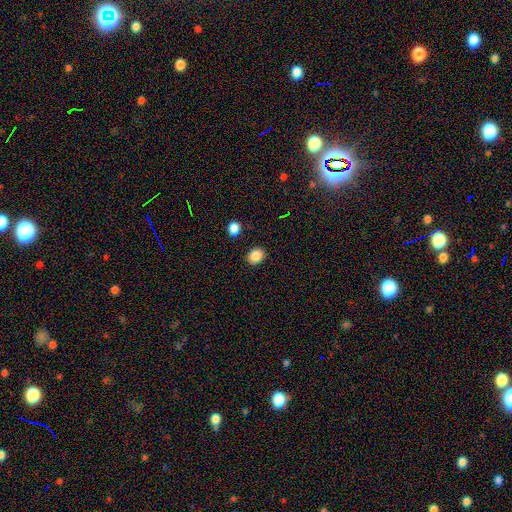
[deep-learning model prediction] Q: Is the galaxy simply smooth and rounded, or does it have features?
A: smooth — 87%.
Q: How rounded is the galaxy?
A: round — 51%.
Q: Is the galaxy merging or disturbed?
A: none — 88%.